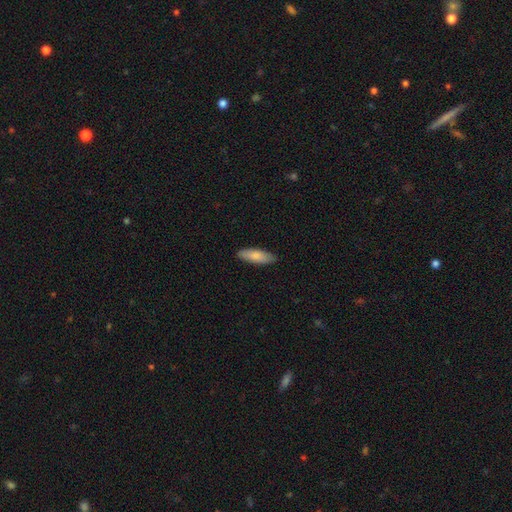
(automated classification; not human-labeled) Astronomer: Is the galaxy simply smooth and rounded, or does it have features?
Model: smooth — 82%.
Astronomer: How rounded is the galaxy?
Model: in between — 55% (runner-up: cigar-shaped, 43%).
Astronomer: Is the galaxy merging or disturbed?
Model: none — 89%.